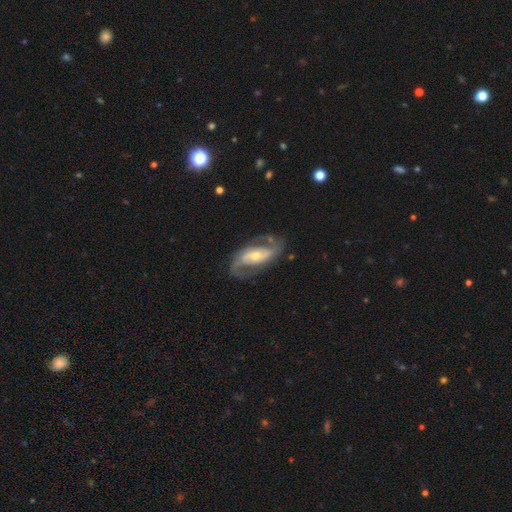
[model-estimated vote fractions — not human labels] Smooth or featured? featured or disk (87%)
Edge-on disk? no (96%)
Bar? weak (35%)
Spiral arms? yes (94%)
Spiral winding? medium (51%)
Spiral arm count? 2 (90%)
Bulge size? moderate (51%)
Merging? none (76%)